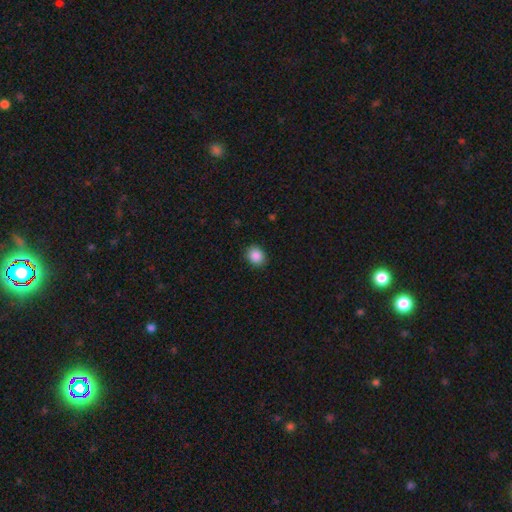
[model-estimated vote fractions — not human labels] Smooth or featured?
  - smooth: 88% *
  - star or artifact: 9%
  - featured or disk: 3%
How rounded?
  - round: 67% *
  - in between: 32%
  - cigar-shaped: 1%
Merging?
  - none: 88% *
  - minor disturbance: 9%
  - major disturbance: 2%
  - merger: 1%